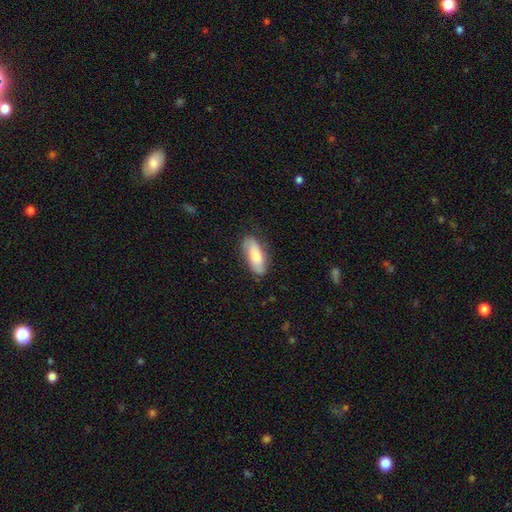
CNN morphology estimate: smooth_or_featured: smooth (p=0.78) [alt: featured or disk p=0.16]
how_rounded: in between (p=0.73) [alt: cigar-shaped p=0.25]
merging: none (p=0.78) [alt: minor disturbance p=0.17]